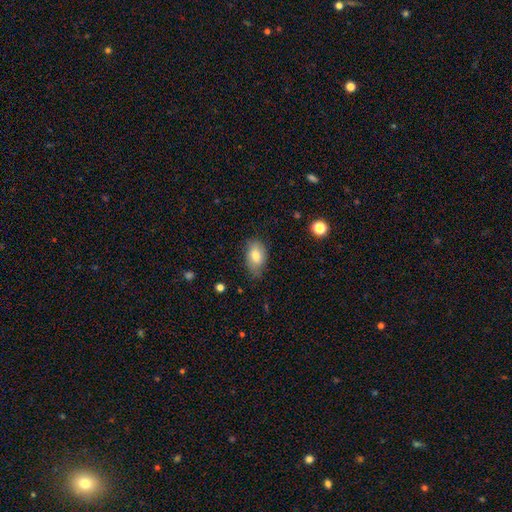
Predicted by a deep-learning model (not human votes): This appears to be a smooth galaxy with no disk features (77%) that is in between round and cigar-shaped (88%). Merging: none (68%).